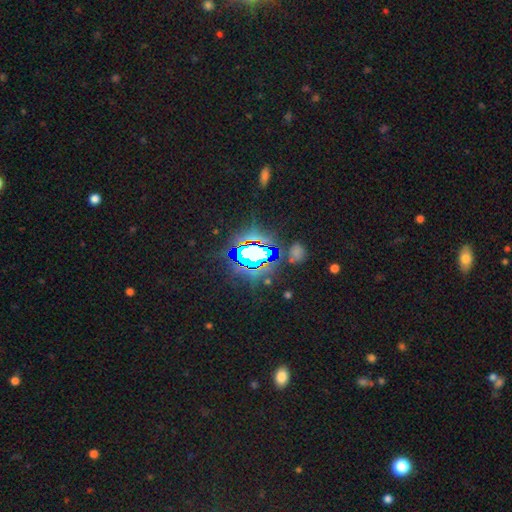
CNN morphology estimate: Q: Smooth or featured?
A: star or artifact (71%); runner-up: smooth (16%)